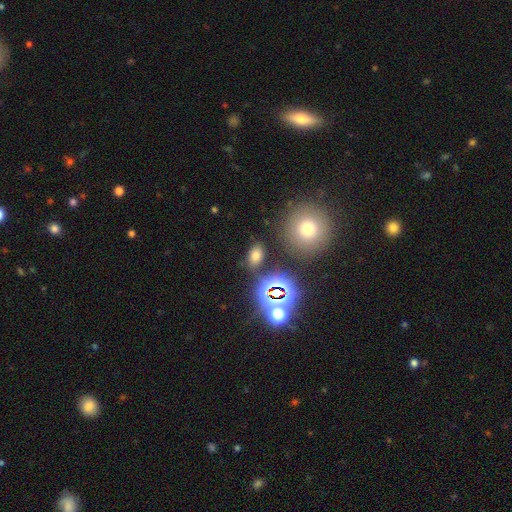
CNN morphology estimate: smooth-or-featured: smooth: 63% | star or artifact: 29% | featured or disk: 8%
  how-rounded: in between: 82% | round: 16% | cigar-shaped: 2%
  merging: none: 80% | minor disturbance: 11% | merger: 5% | major disturbance: 4%